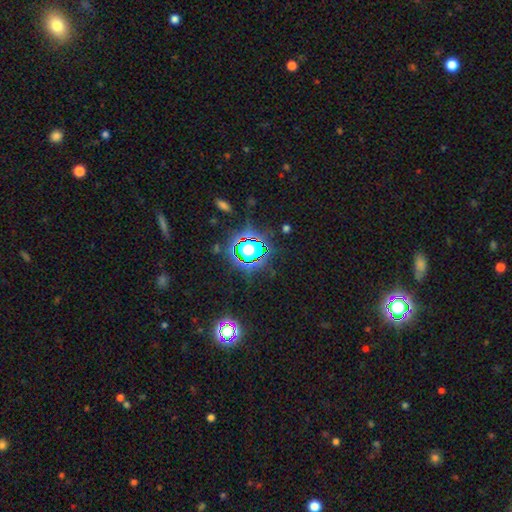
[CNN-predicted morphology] Overall: star or artifact (70%).